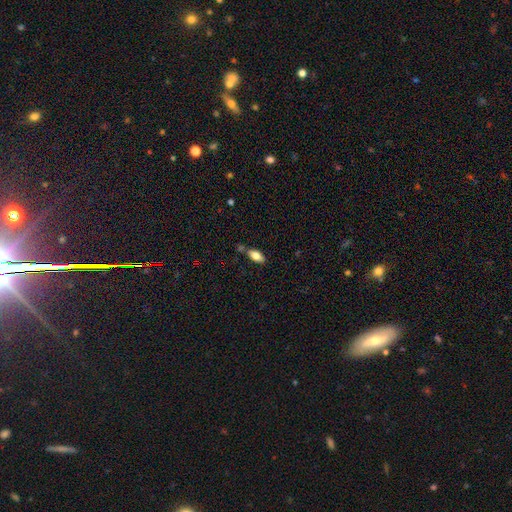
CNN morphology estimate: Smooth or featured? Predicted: smooth (p=0.79). How rounded? Predicted: in between (p=0.89). Merging? Predicted: none (p=0.71).